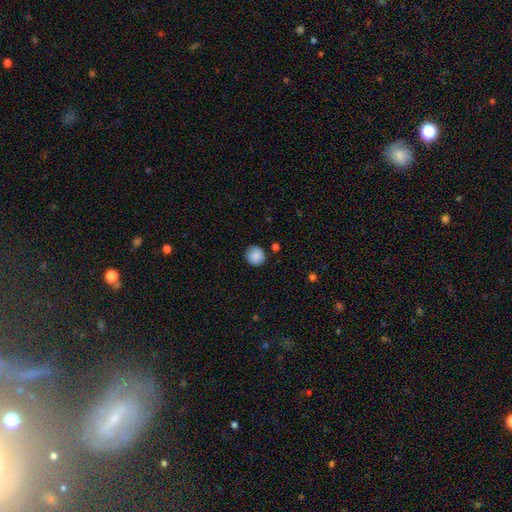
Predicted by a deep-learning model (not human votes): Smooth or featured? Predicted: smooth (p=0.88). How rounded? Predicted: round (p=0.93). Merging? Predicted: none (p=0.88).